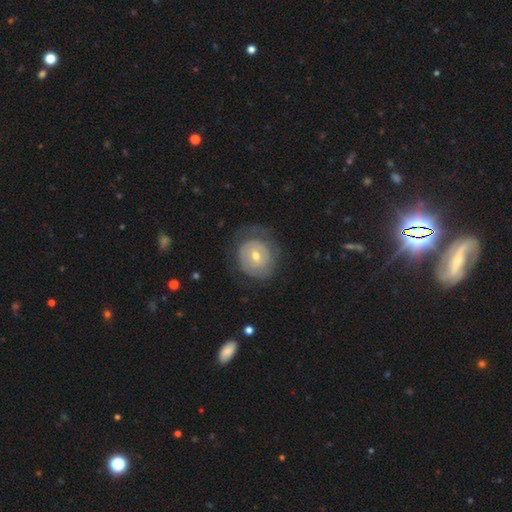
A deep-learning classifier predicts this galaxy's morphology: This appears to be a featured or disk galaxy (55%) with no bar (63%), spiral arms (51%) and a moderate central bulge (57%). Merging: none (62%).